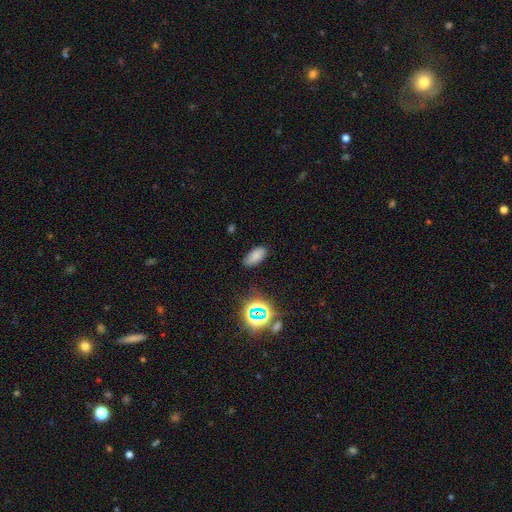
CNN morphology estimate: The model was most divided on "smooth or featured": smooth: 75%, star or artifact: 17%, featured or disk: 7%. More confident: how rounded — in between (91%); merging — none (82%).